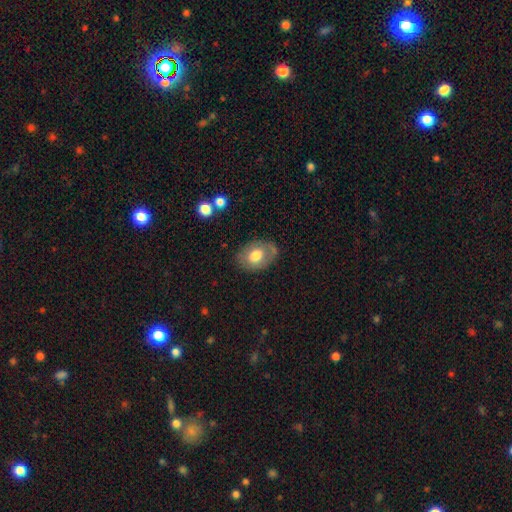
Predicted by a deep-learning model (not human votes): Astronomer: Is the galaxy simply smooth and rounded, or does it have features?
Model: smooth — 68%.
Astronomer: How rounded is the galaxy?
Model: in between — 77%.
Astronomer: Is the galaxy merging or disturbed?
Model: none — 72%.